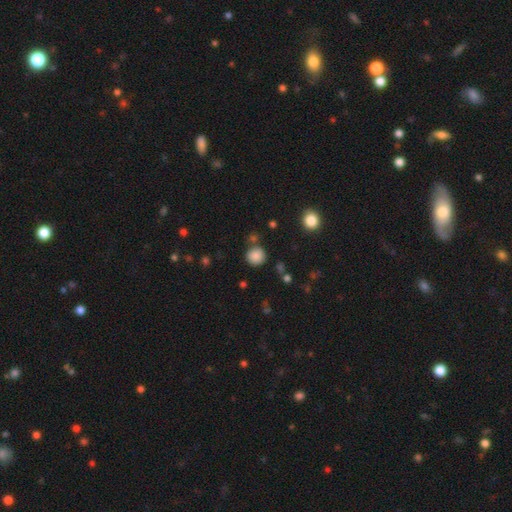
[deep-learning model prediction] This is clearly a smooth galaxy (85%). How rounded: clearly round (90%). Merging: likely none (78%).